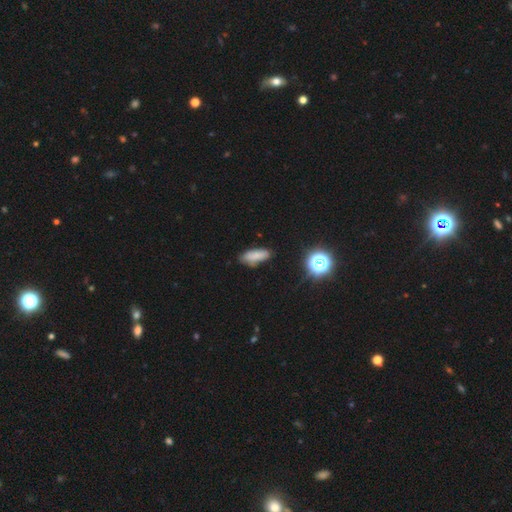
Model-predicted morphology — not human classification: smooth 79%, star or artifact 12%, featured or disk 9%. Down the decision tree: how rounded — in between (71%); merging — none (76%).